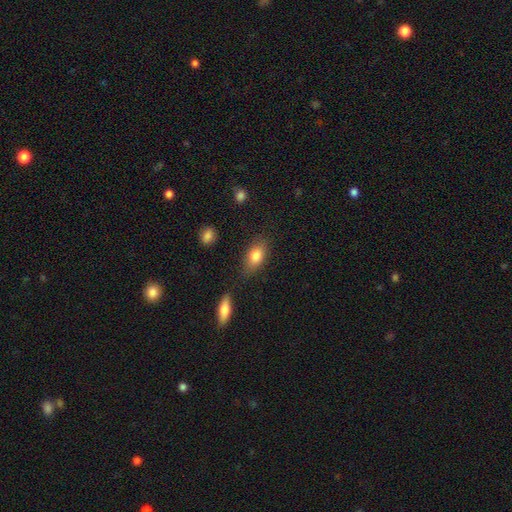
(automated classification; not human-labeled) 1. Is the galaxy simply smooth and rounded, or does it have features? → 81% smooth, 12% featured or disk, 8% star or artifact.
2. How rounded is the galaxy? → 84% in between, 10% round, 6% cigar-shaped.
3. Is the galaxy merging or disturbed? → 78% none, 15% minor disturbance, 4% major disturbance, 3% merger.